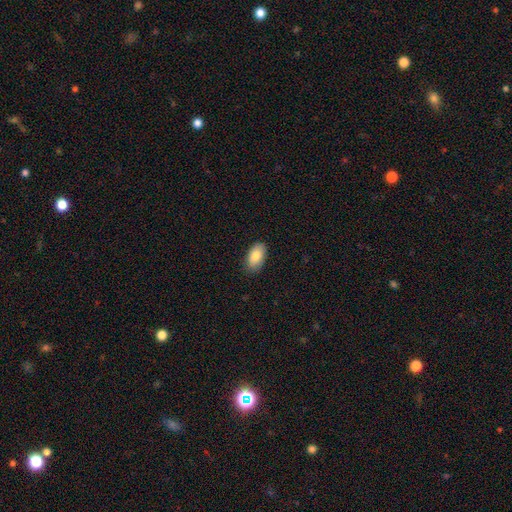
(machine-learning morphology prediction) This appears to be a smooth galaxy with no disk features (83%) that is in between round and cigar-shaped (94%). Merging: none (86%).